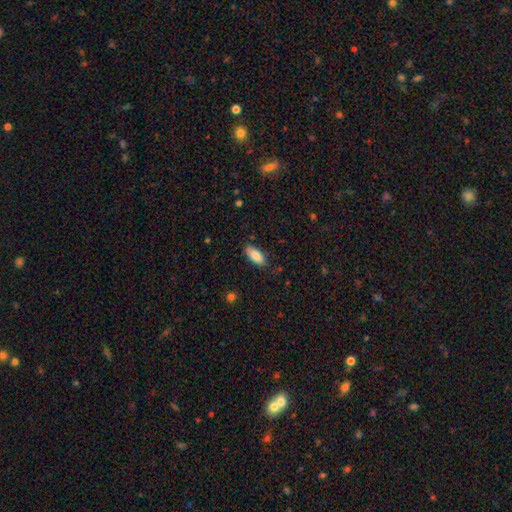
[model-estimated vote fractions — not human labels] This appears to be a smooth galaxy with no disk features (86%) that is in between round and cigar-shaped (84%). Merging: none (82%).